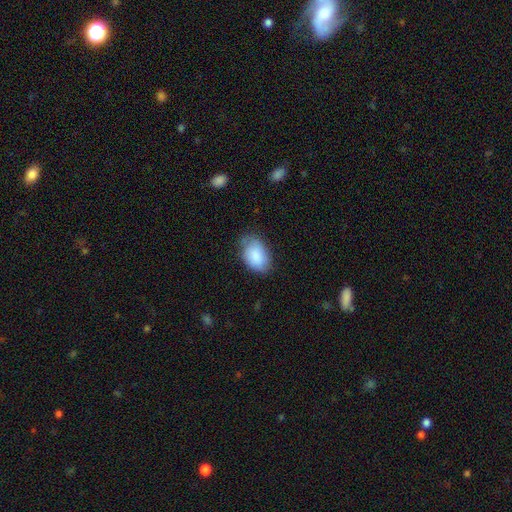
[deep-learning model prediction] This appears to be a smooth galaxy with no disk features (86%) that is in between round and cigar-shaped (90%). Merging: none (66%).